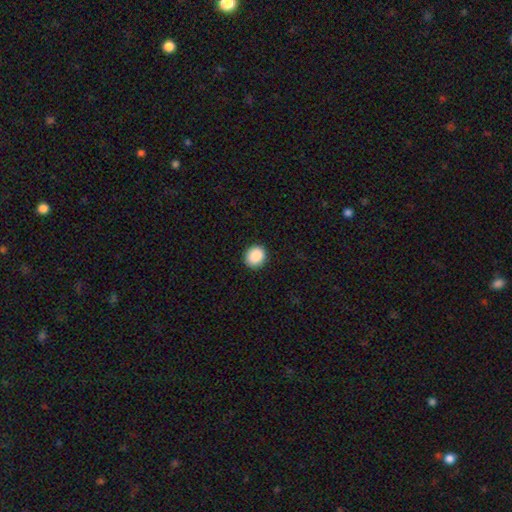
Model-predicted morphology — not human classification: Smooth or featured: smooth — 89% (star or artifact — 8%)
How rounded: round — 79% (in between — 21%)
Merging: none — 91% (minor disturbance — 6%)